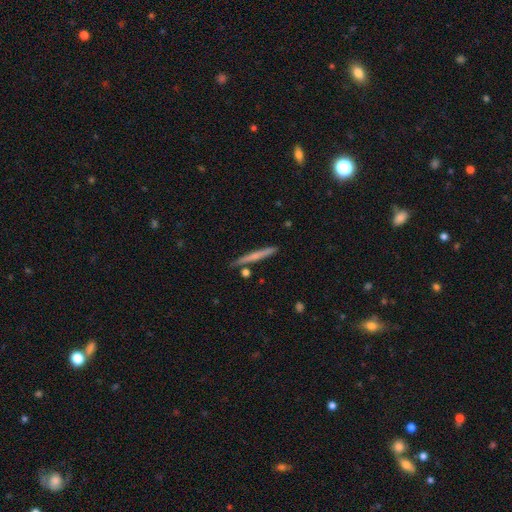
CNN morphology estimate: smooth 53%, featured or disk 41%, star or artifact 6%. Down the decision tree: how rounded — cigar-shaped (96%); merging — none (85%).